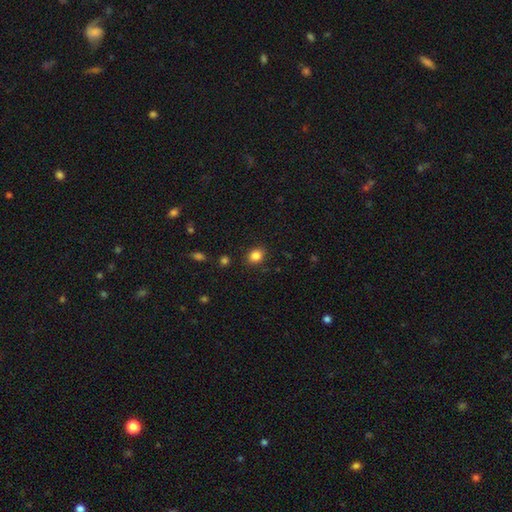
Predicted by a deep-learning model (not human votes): smooth 84%, star or artifact 11%, featured or disk 5%. Down the decision tree: how rounded — round (54%); merging — none (87%).